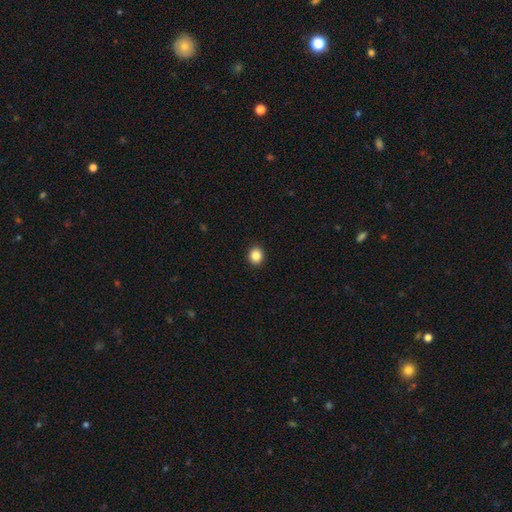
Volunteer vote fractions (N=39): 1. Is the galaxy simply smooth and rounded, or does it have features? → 95% smooth, 5% star or artifact, 0% featured or disk.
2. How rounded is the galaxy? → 81% round, 16% in between, 3% cigar-shaped.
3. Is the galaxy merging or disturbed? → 97% none, 3% minor disturbance, 0% major disturbance, 0% merger.